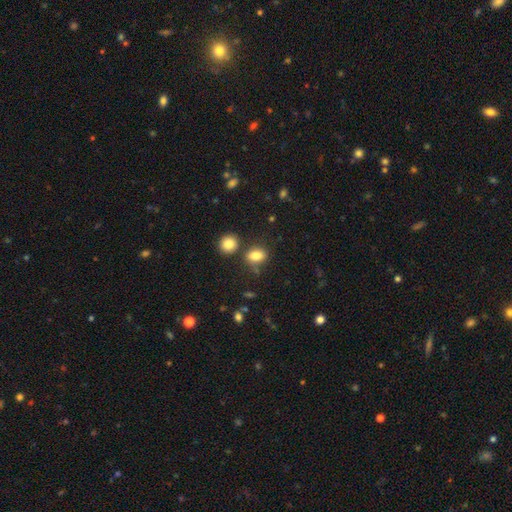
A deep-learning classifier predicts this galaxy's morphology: smooth-or-featured: smooth: 84% | star or artifact: 10% | featured or disk: 6%
  how-rounded: in between: 73% | round: 25% | cigar-shaped: 2%
  merging: none: 71% | minor disturbance: 13% | merger: 12% | major disturbance: 4%